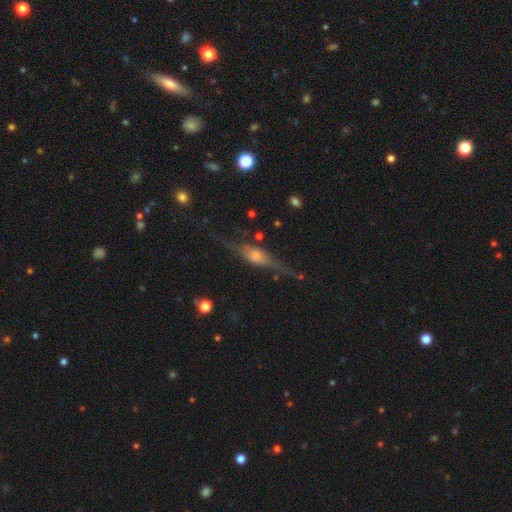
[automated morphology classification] Q: Smooth or featured?
A: featured or disk (70%); runner-up: smooth (21%)
Q: Edge-on disk?
A: yes (91%); runner-up: no (9%)
Q: Edge-on bulge?
A: rounded (77%); runner-up: boxy (17%)
Q: Merging?
A: none (73%); runner-up: minor disturbance (18%)